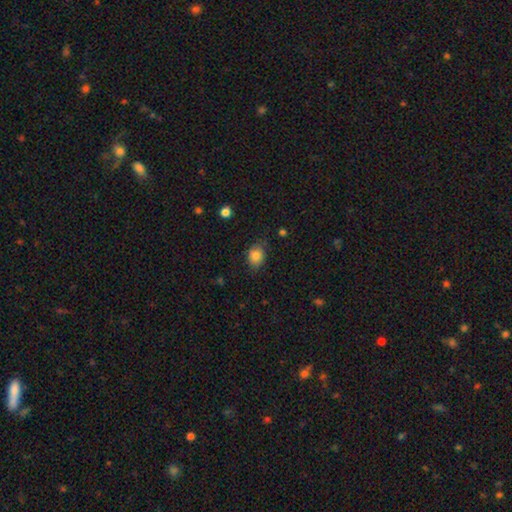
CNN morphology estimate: A smooth galaxy with no disk features (82%) that is in between round and cigar-shaped (58%).

Vote fractions:
- Smooth or featured? smooth: 82% / star or artifact: 10% / featured or disk: 8%
- How rounded? in between: 58% / round: 41% / cigar-shaped: 1%
- Merging? none: 74% / minor disturbance: 20% / major disturbance: 4% / merger: 1%